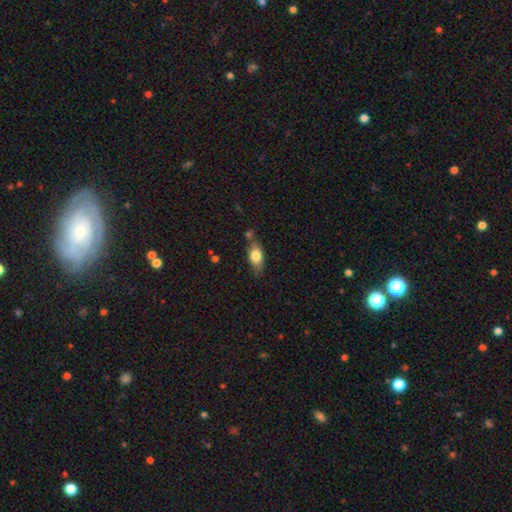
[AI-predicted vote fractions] A smooth galaxy with no disk features (72%) that is in between round and cigar-shaped (81%). Merging: none (66%).